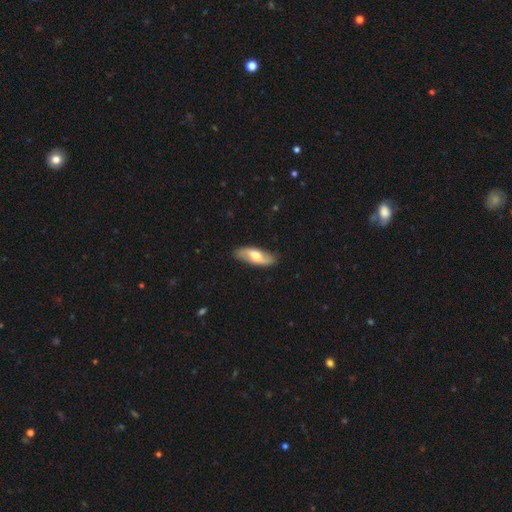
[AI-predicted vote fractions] smooth_or_featured: featured or disk (p=0.50) [alt: smooth p=0.45]
merging: none (p=0.84) [alt: minor disturbance p=0.12]